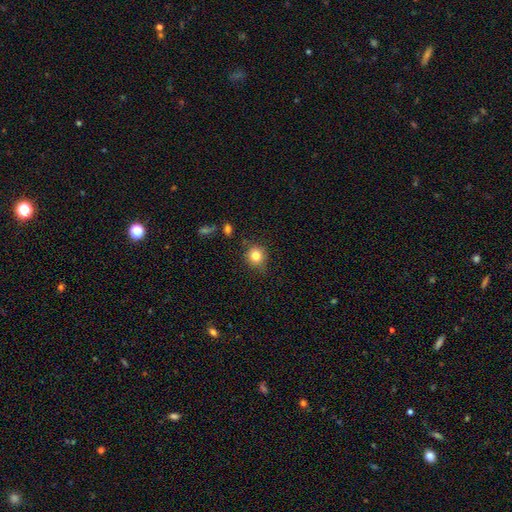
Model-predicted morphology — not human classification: Smooth or featured? smooth (81%)
How rounded? round (88%)
Merging? none (79%)